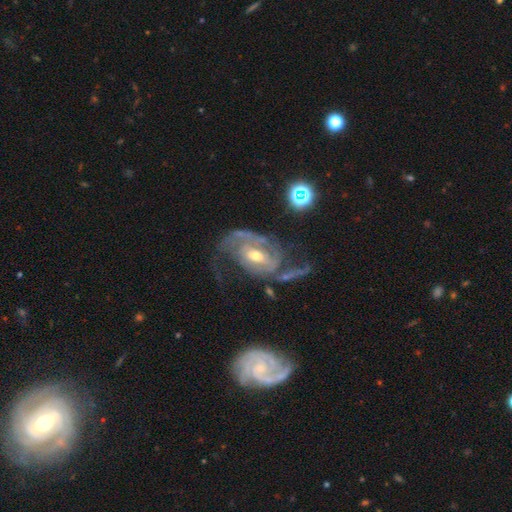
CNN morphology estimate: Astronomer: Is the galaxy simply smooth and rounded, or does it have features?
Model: featured or disk — 89%.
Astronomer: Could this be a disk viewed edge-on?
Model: no — 97%.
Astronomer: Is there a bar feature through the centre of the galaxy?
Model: weak — 45% (runner-up: no, 35%).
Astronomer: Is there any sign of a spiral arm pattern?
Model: yes — 95%.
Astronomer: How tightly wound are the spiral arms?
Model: medium — 45% (runner-up: tight, 36%).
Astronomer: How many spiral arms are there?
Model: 2 — 65%.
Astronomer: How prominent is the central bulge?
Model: moderate — 59% (runner-up: small, 36%).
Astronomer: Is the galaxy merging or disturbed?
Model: none — 46% (runner-up: major disturbance, 27%).